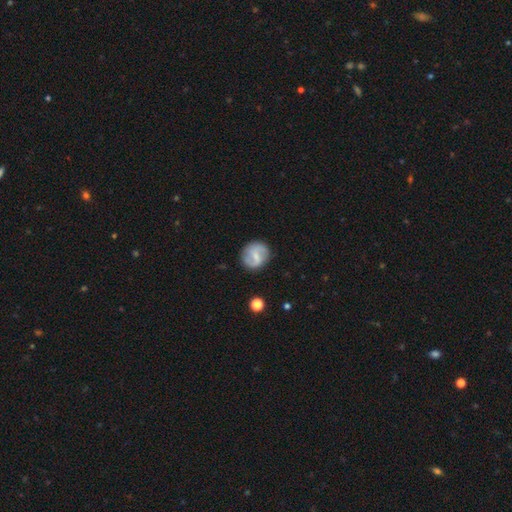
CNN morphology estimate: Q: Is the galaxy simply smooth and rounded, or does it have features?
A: featured or disk — 60%.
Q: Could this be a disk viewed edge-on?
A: no — 97%.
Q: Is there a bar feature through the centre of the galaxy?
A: weak — 53%.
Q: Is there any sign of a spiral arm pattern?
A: yes — 84%.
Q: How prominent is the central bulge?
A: small — 53%.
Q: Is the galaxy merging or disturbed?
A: none — 82%.